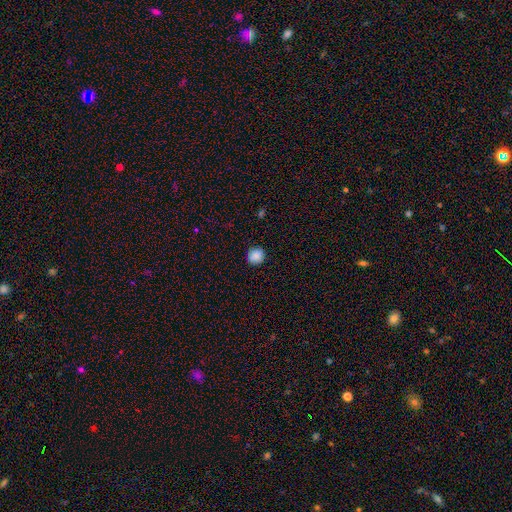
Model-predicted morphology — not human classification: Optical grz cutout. It shows a smooth galaxy with no disk features (88%) that is round (89%). Merging: none (90%).